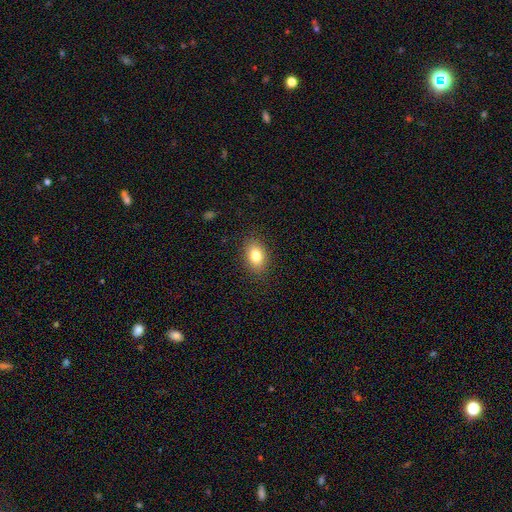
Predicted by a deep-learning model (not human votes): Smooth or featured? Predicted: smooth (p=0.80). How rounded? Predicted: in between (p=0.80). Merging? Predicted: none (p=0.88).